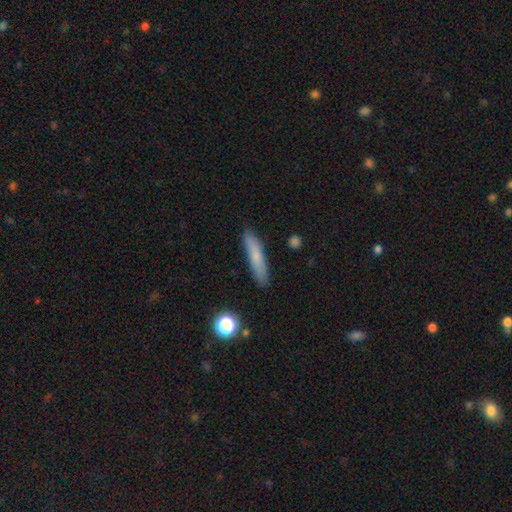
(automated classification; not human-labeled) Smooth or featured: smooth — 74% (featured or disk — 18%)
How rounded: cigar-shaped — 87% (in between — 11%)
Merging: none — 86% (minor disturbance — 10%)